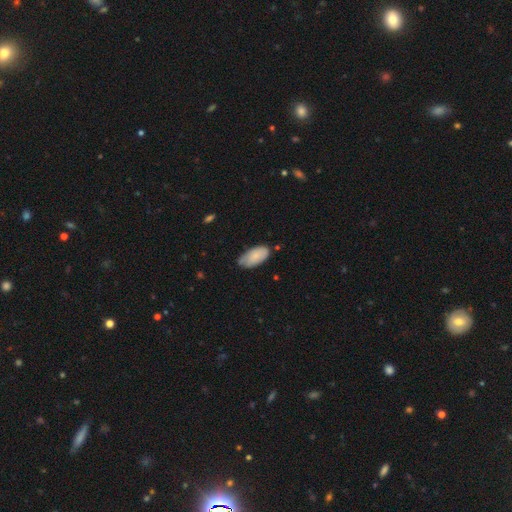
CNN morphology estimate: A smooth galaxy with no disk features (82%) that is in between round and cigar-shaped (94%). Merging: none (60%).